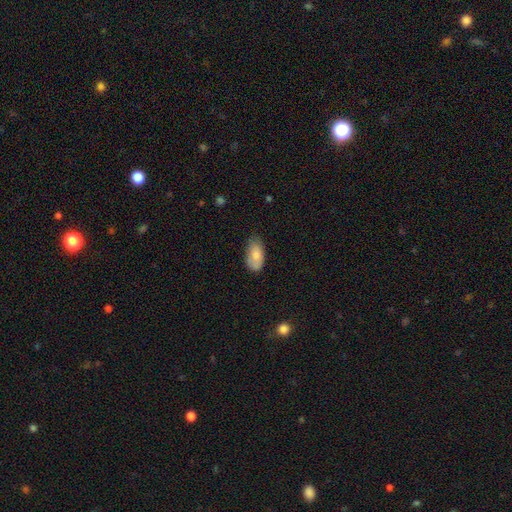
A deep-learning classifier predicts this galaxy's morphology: Smooth or featured? smooth (79%)
How rounded? in between (94%)
Merging? none (64%)